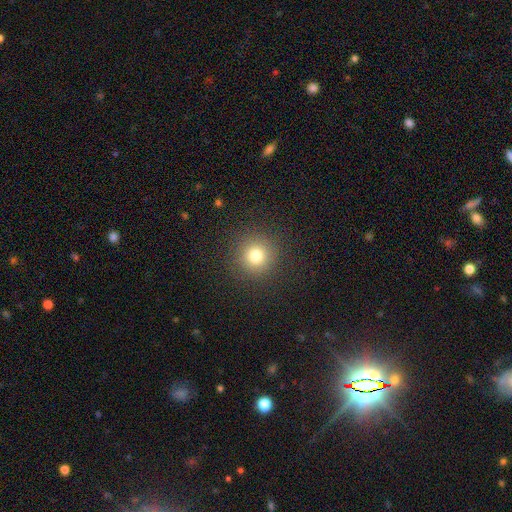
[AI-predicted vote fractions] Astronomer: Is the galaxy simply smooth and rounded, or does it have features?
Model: smooth — 79%.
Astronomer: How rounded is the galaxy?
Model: round — 95%.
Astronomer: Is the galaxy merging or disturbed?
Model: none — 90%.